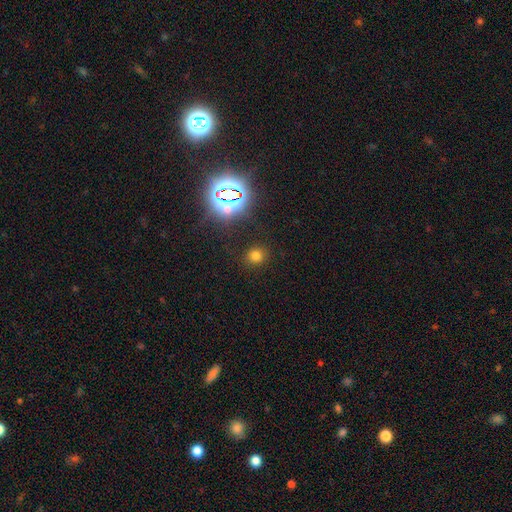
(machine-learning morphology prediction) Smooth or featured? Predicted: smooth (p=0.70). How rounded? Predicted: round (p=0.84). Merging? Predicted: none (p=0.87).